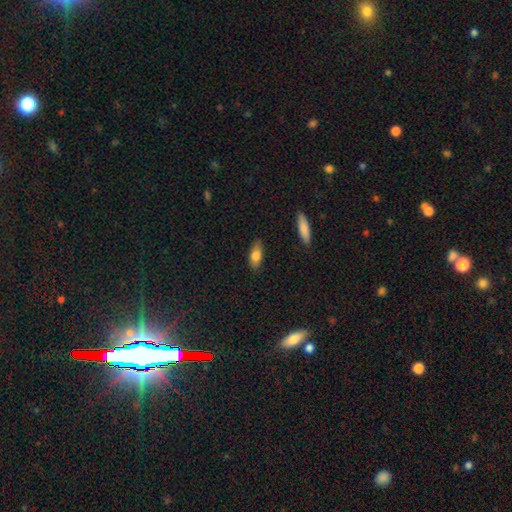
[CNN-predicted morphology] smooth 77%, featured or disk 15%, star or artifact 7%. Down the decision tree: how rounded — in between (79%); merging — none (82%).